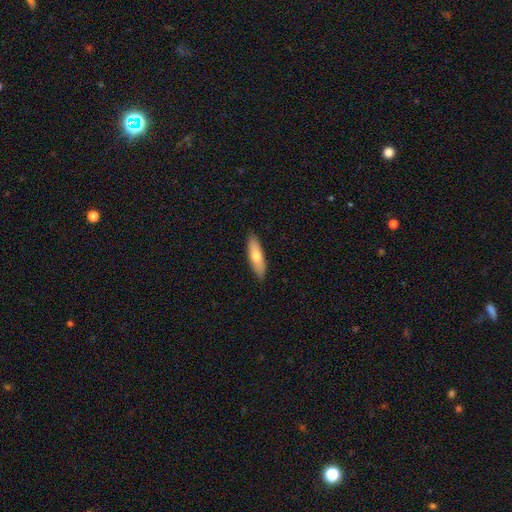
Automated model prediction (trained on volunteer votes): Q: Smooth or featured?
A: smooth (67%); runner-up: featured or disk (28%)
Q: How rounded?
A: cigar-shaped (55%); runner-up: in between (43%)
Q: Merging?
A: none (87%); runner-up: minor disturbance (10%)